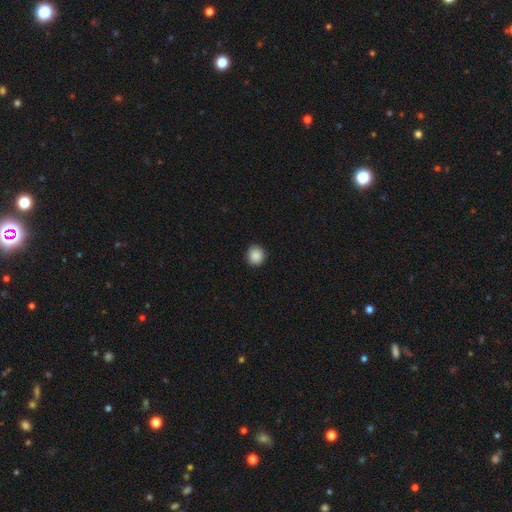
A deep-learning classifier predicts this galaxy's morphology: Smooth or featured? Predicted: smooth (p=0.89). How rounded? Predicted: round (p=0.88). Merging? Predicted: none (p=0.91).